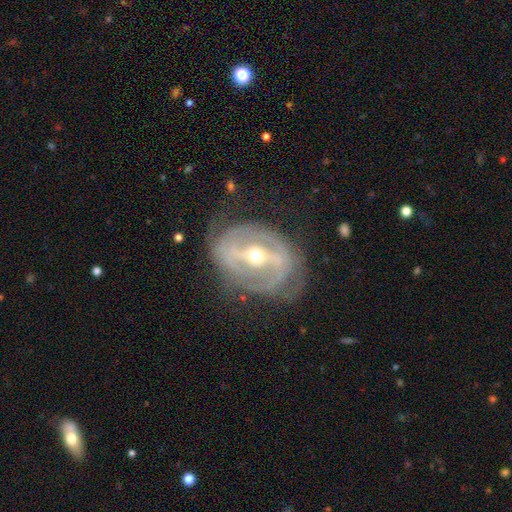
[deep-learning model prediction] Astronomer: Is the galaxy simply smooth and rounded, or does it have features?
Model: featured or disk — 85%.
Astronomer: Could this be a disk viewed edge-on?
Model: no — 94%.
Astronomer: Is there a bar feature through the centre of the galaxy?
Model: strong — 56%.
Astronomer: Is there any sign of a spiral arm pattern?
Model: yes — 79%.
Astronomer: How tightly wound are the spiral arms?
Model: tight — 48% (runner-up: medium, 36%).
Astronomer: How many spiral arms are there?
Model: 2 — 61%.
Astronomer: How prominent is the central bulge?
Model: moderate — 57% (runner-up: small, 39%).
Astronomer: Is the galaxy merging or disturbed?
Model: none — 64%.